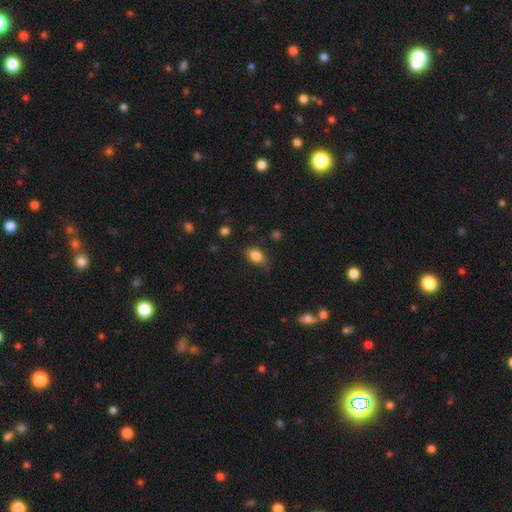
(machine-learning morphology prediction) A smooth galaxy with no disk features (85%) that is in between round and cigar-shaped (86%). Merging: none (68%).